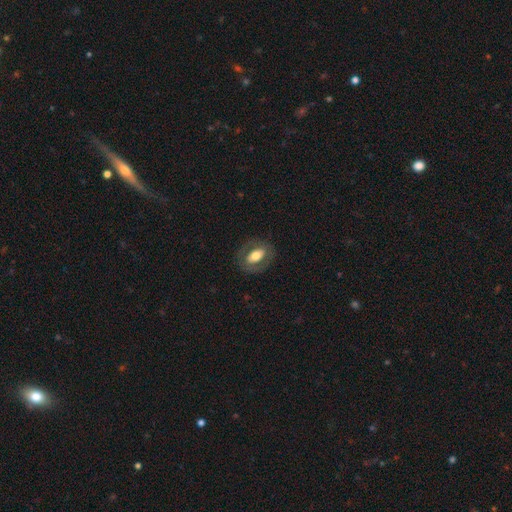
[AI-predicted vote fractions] A smooth galaxy with no disk features (50%). Merging: none (80%).